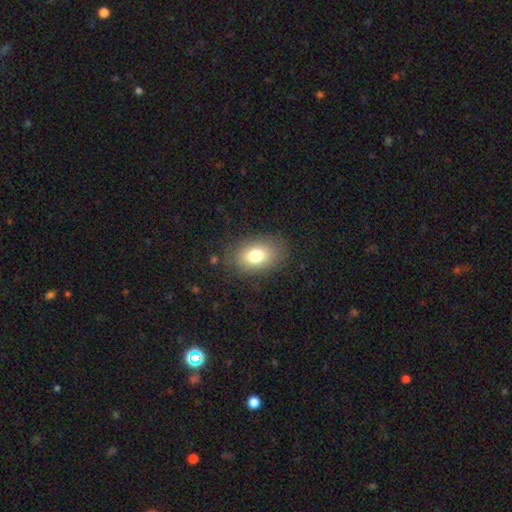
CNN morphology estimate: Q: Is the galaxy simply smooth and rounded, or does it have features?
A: smooth — 77%.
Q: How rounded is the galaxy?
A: in between — 79%.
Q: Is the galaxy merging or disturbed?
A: none — 83%.